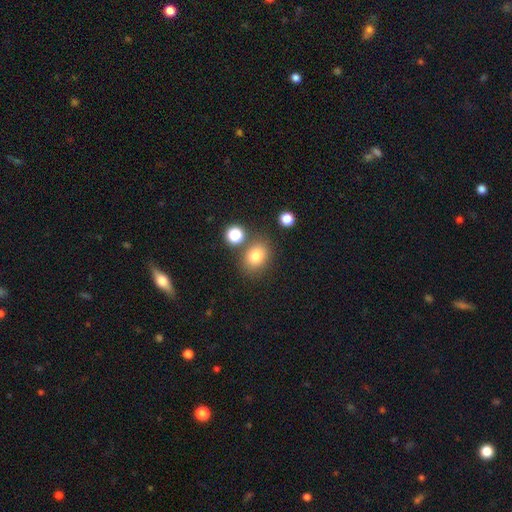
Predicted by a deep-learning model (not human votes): A smooth galaxy with no disk features (79%) that is round (51%). Merging: none (76%).